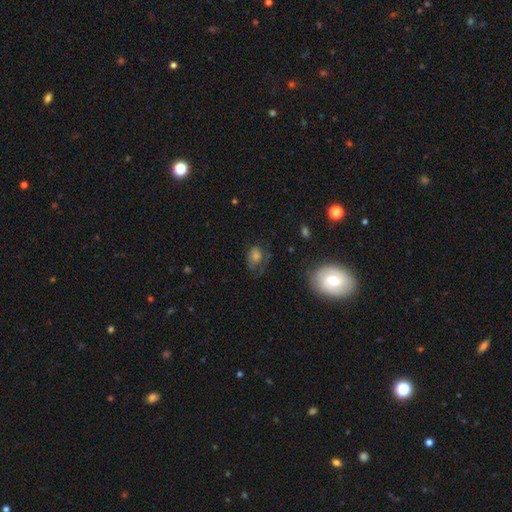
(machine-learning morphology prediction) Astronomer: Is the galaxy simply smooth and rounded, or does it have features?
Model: smooth — 50% (runner-up: featured or disk, 32%).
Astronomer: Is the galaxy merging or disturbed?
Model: none — 57%.